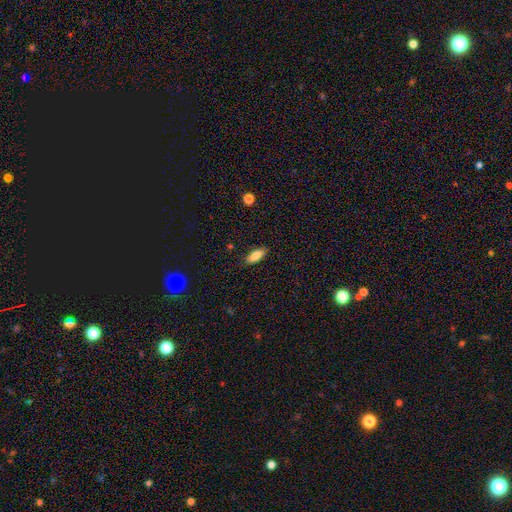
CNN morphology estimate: type=smooth (85%); roundness=in between (78%); merging=none (86%).